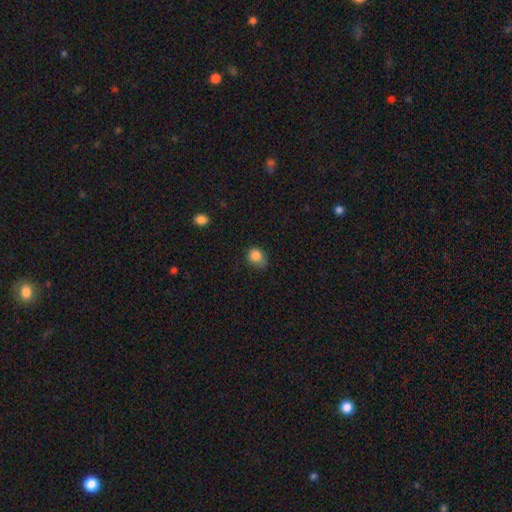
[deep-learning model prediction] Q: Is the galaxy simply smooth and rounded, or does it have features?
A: smooth — 85%.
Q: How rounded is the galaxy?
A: round — 71%.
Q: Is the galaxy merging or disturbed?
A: none — 56%.